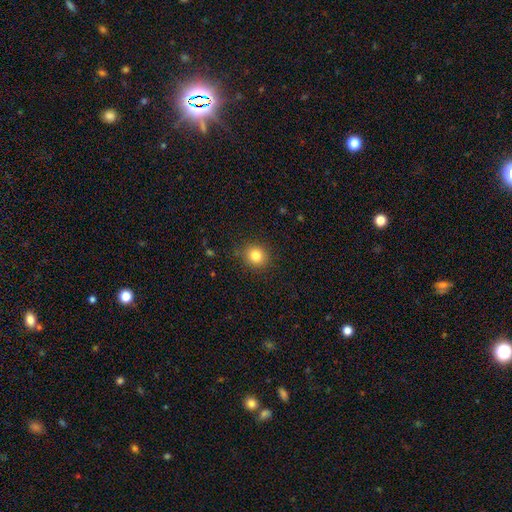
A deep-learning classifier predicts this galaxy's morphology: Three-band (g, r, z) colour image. It shows a smooth galaxy with no disk features (82%) that is round (84%). Merging: none (88%).